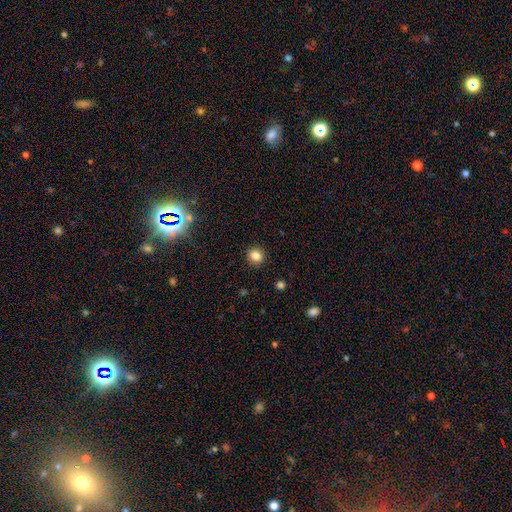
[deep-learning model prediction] This appears to be a smooth galaxy with no disk features (83%) that is round (89%). Merging: none (91%).